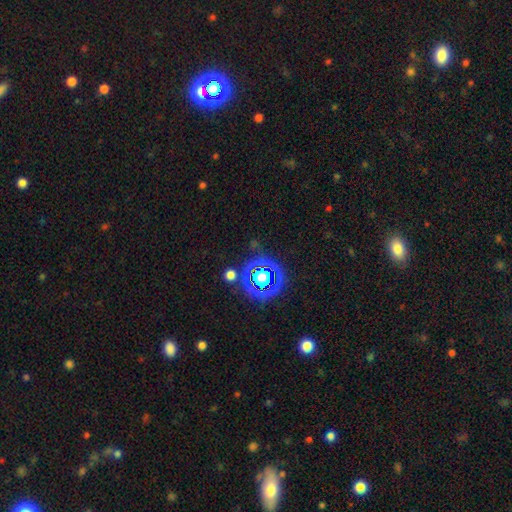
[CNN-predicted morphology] This is likely a star or artifact rather than a galaxy (76%).